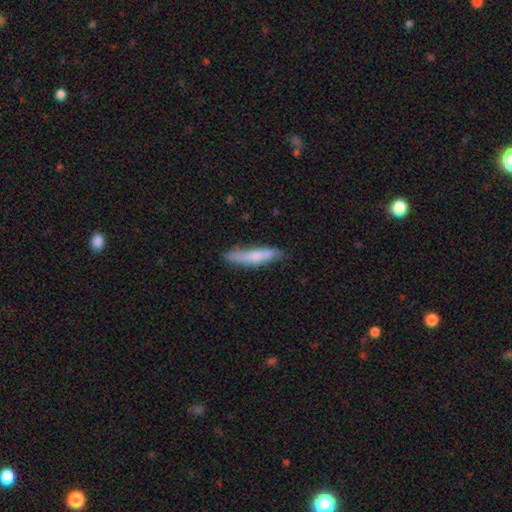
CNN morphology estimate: This is likely a smooth galaxy (73%). How rounded: clearly cigar-shaped (85%). Merging: likely none (71%).